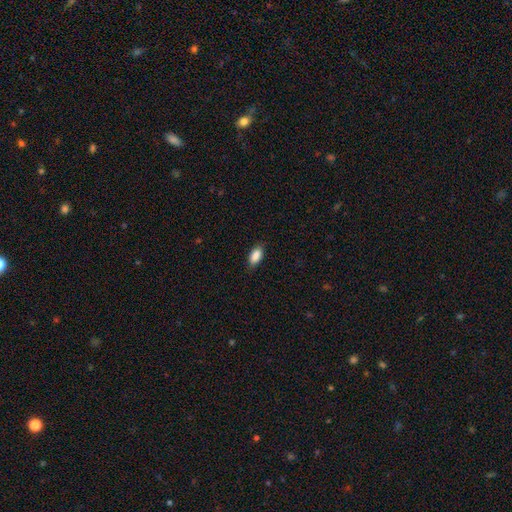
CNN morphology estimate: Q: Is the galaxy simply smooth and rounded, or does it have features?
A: smooth — 89%.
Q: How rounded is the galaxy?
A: in between — 90%.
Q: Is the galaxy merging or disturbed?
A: none — 85%.